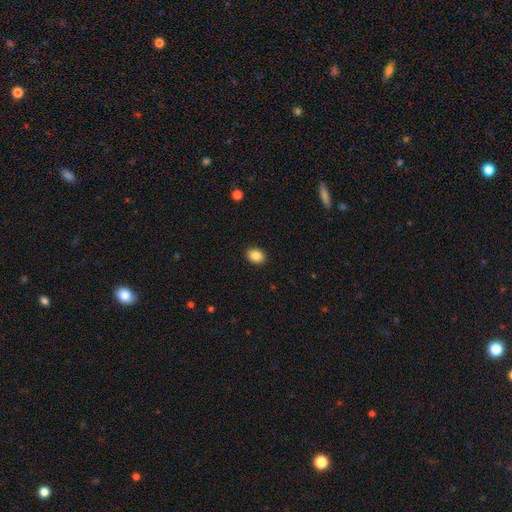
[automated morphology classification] The model was most divided on "how rounded": in between: 65%, round: 34%, cigar-shaped: 1%. More confident: merging — none (91%); smooth or featured — smooth (86%).